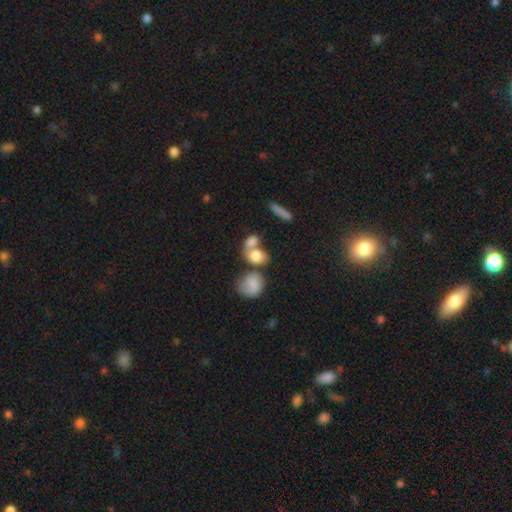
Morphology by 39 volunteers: This is clearly a smooth galaxy (92%). How rounded: clearly in between (83%). Merging: possibly merger (59%).